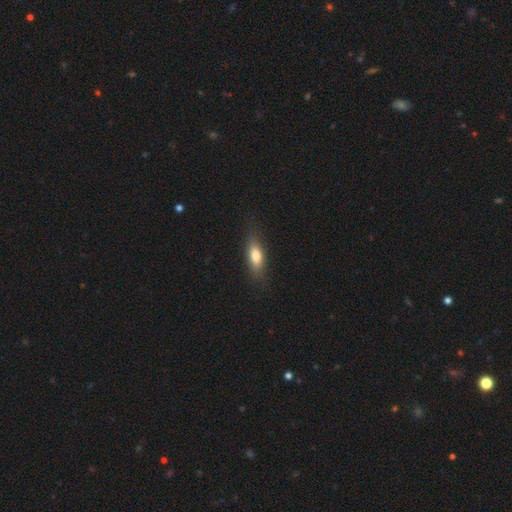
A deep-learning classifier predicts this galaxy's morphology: This appears to be a smooth galaxy with no disk features (76%) that is in between round and cigar-shaped (67%). Merging: none (81%).